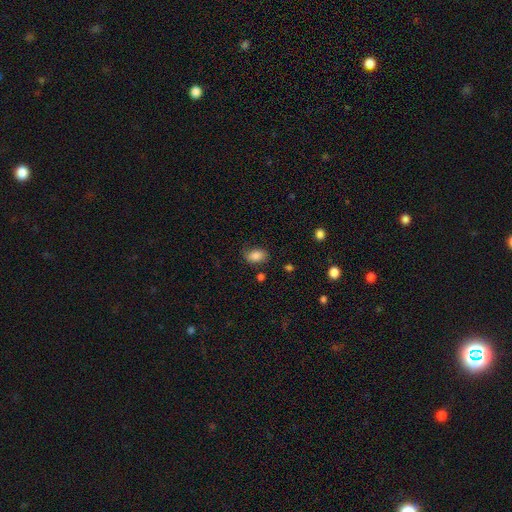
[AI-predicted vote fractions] Morphology: type=smooth (84%); roundness=in between (87%); merging=none (74%).